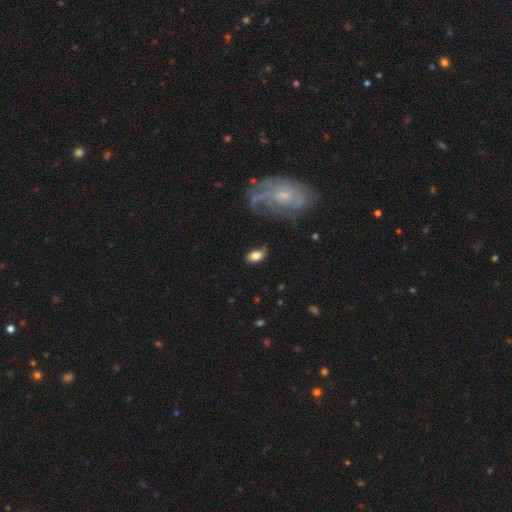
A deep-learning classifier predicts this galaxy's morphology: This is likely a smooth galaxy (77%). How rounded: clearly in between (90%). Merging: likely none (73%).